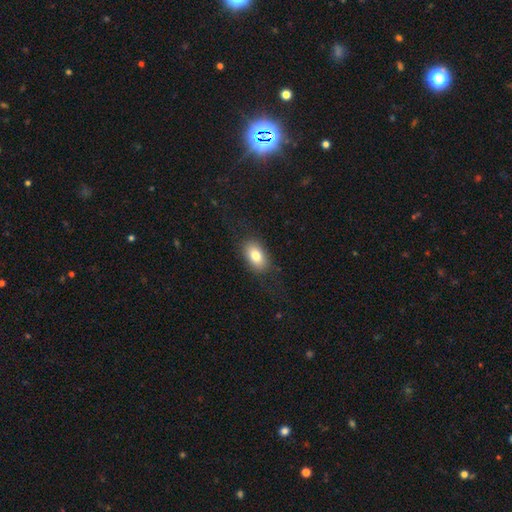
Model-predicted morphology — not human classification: The model was most divided on "smooth or featured": smooth: 80%, featured or disk: 12%, star or artifact: 8%. More confident: how rounded — in between (89%); merging — none (81%).